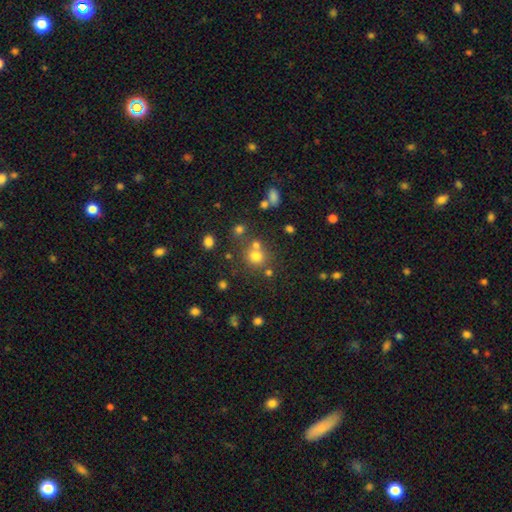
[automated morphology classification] A smooth galaxy with no disk features (72%) that is round (87%). Merging: none (61%).